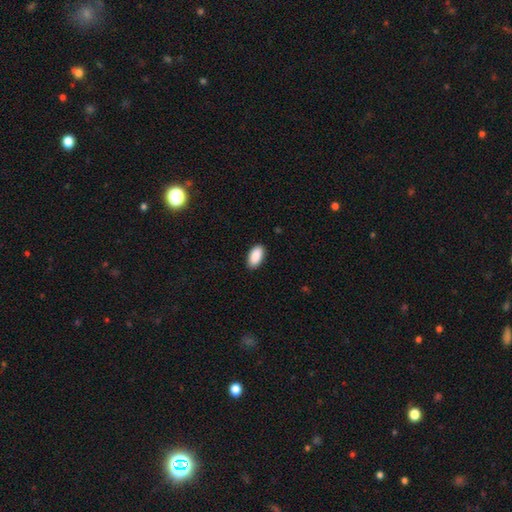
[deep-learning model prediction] smooth_or_featured: smooth (p=0.90) [alt: star or artifact p=0.06]
how_rounded: in between (p=0.94) [alt: cigar-shaped p=0.03]
merging: none (p=0.89) [alt: minor disturbance p=0.08]